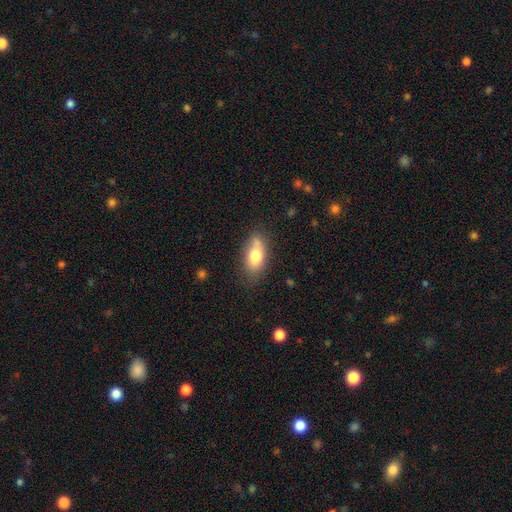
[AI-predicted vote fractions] This appears to be a smooth galaxy with no disk features (74%) that is in between round and cigar-shaped (87%). Merging: none (64%).